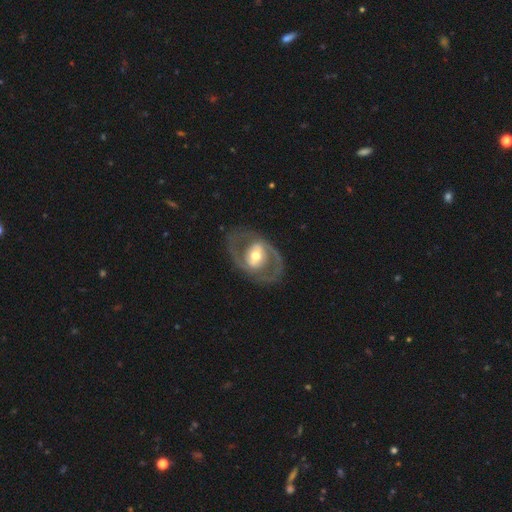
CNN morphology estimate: Smooth or featured? featured or disk (77%)
Edge-on disk? no (95%)
Bar? no (38%)
Spiral arms? yes (63%)
Bulge size? moderate (66%)
Merging? none (75%)